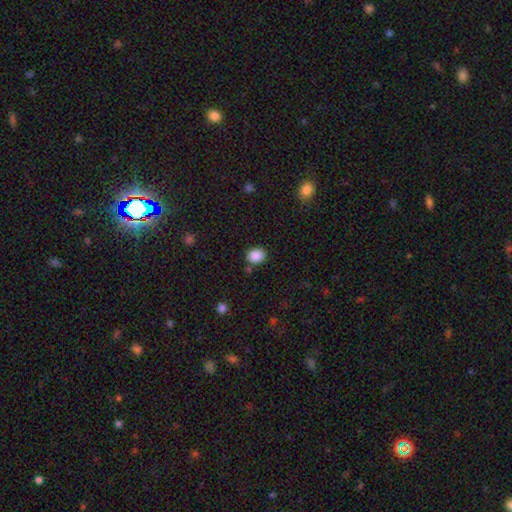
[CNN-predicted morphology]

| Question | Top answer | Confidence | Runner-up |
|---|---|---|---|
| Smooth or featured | smooth | 88% | star or artifact (9%) |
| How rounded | in between | 53% | round (46%) |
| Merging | none | 80% | minor disturbance (12%) |